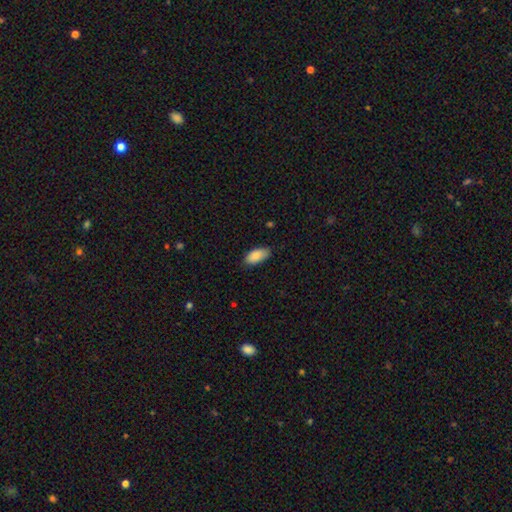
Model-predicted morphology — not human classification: Overall: smooth (88%). How rounded: in between (92%). Merging: none (78%).